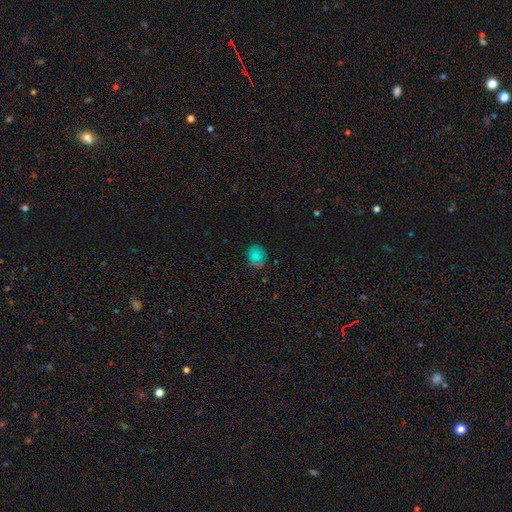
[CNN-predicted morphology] Smooth or featured? smooth (70%)
How rounded? round (73%)
Merging? none (73%)